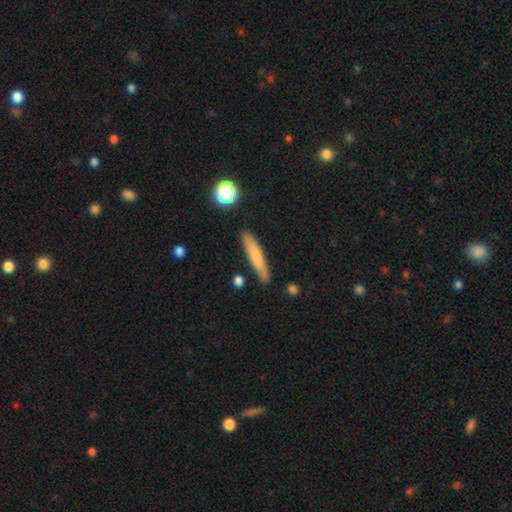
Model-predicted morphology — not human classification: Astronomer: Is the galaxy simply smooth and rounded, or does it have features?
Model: smooth — 70%.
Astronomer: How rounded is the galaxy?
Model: cigar-shaped — 87%.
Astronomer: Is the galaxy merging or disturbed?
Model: none — 83%.